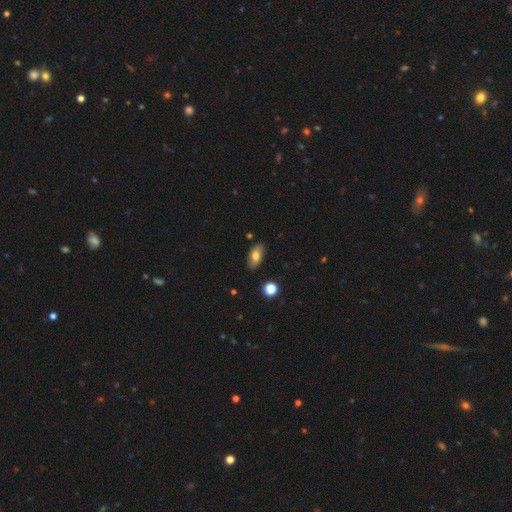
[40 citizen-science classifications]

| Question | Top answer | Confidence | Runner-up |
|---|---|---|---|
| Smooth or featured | smooth | 65% | featured or disk (22%) |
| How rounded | in between | 81% | cigar-shaped (12%) |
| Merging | none | 91% | minor disturbance (9%) |